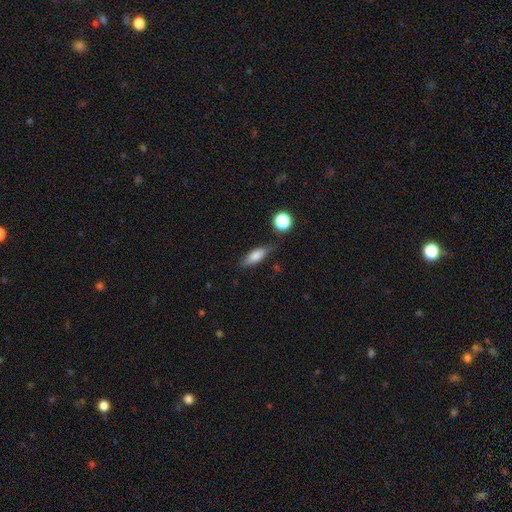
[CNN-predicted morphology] type=smooth (77%); roundness=in between (62%); merging=none (74%).